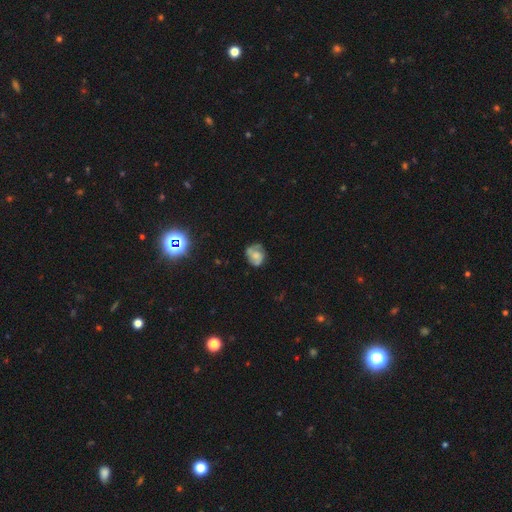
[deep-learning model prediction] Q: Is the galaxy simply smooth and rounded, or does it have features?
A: featured or disk — 50%.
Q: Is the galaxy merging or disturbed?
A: none — 59%.